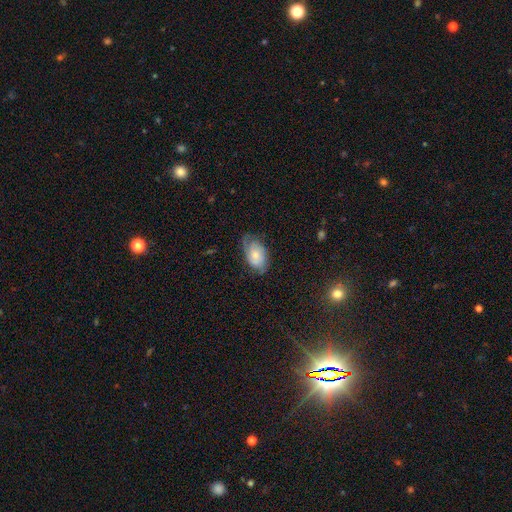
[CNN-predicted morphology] Smooth or featured? featured or disk (56%)
Edge-on disk? no (95%)
Bar? no (76%)
Spiral arms? yes (85%)
Bulge size? small (48%)
Merging? none (62%)